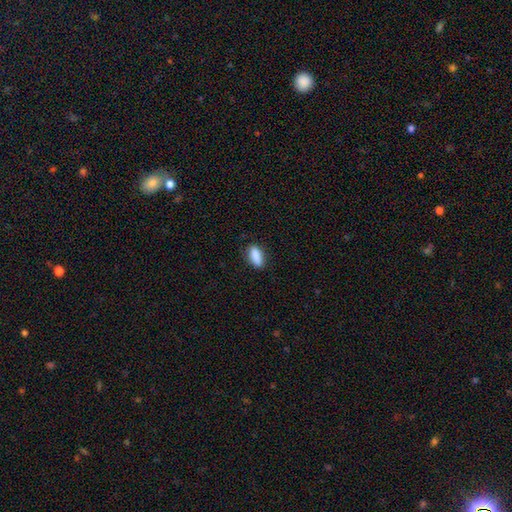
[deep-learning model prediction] smooth 86%, star or artifact 7%, featured or disk 7%. Down the decision tree: how rounded — in between (73%); merging — none (82%).